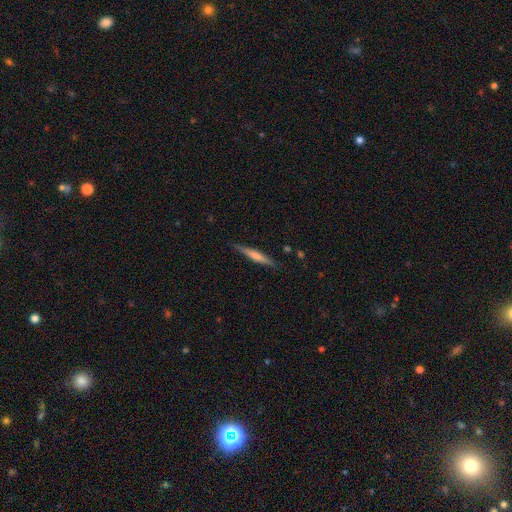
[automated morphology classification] The model was most divided on "smooth or featured": featured or disk: 49%, smooth: 45%, star or artifact: 6%. More confident: merging — none (88%).